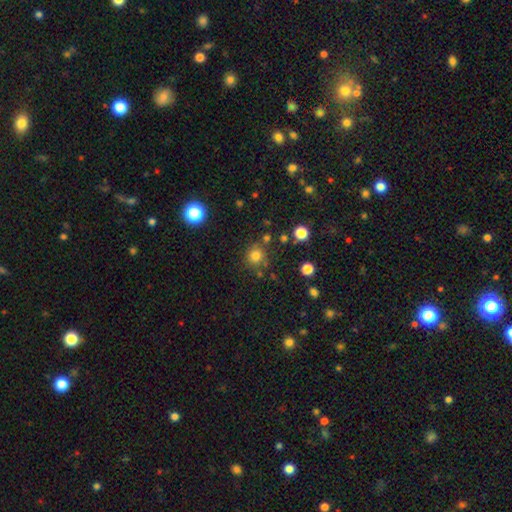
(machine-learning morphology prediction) The model was most divided on "smooth or featured": smooth: 77%, star or artifact: 16%, featured or disk: 7%. More confident: how rounded — round (90%); merging — none (76%).